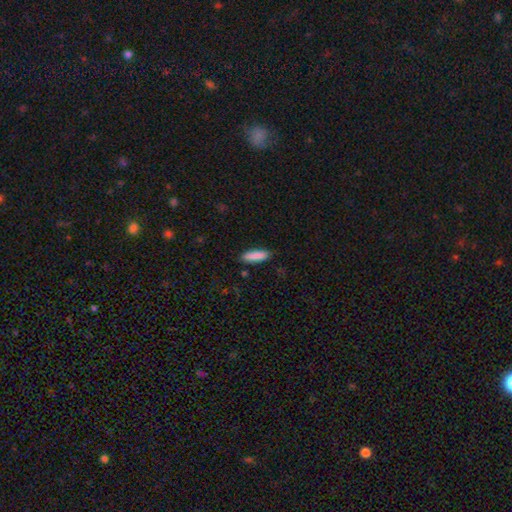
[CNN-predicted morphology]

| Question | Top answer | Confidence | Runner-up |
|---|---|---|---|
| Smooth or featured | smooth | 89% | star or artifact (6%) |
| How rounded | cigar-shaped | 60% | in between (39%) |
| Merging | none | 87% | minor disturbance (10%) |